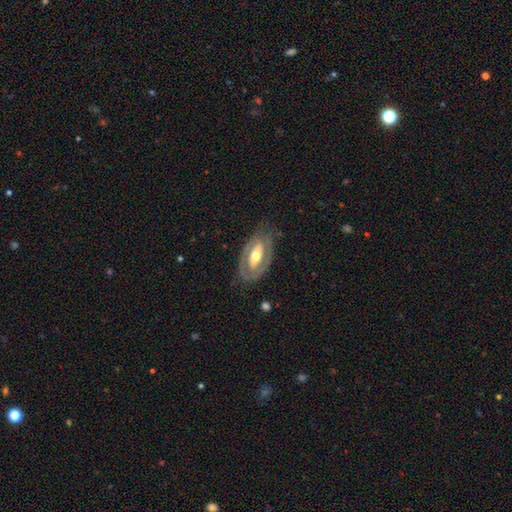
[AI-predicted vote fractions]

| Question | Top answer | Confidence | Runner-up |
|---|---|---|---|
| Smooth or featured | featured or disk | 73% | smooth (22%) |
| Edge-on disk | no | 91% | yes (9%) |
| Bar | no | 44% | strong (29%) |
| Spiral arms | no | 50% | tied: yes (50%) |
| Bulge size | moderate | 68% | small (16%) |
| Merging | none | 74% | minor disturbance (17%) |